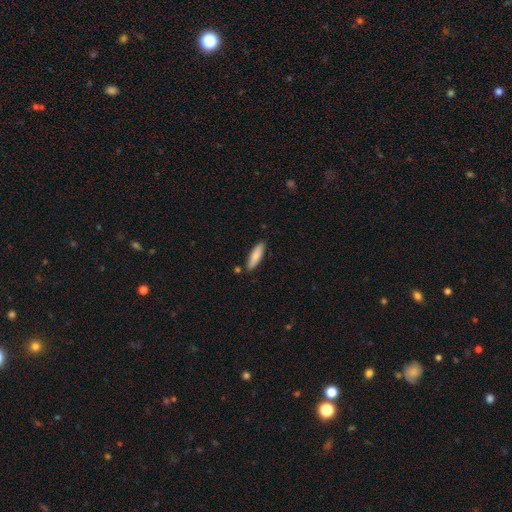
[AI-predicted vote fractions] Overall: smooth (81%). How rounded: cigar-shaped (61%; in between 37%). Merging: none (82%).